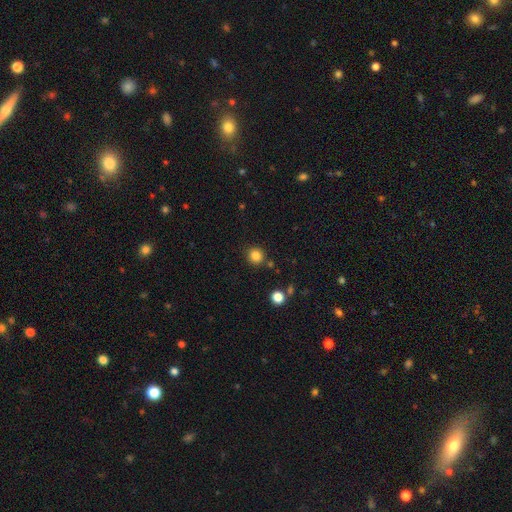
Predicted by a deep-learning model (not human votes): Q: Smooth or featured?
A: smooth (84%); runner-up: star or artifact (12%)
Q: How rounded?
A: round (93%); runner-up: in between (6%)
Q: Merging?
A: none (87%); runner-up: minor disturbance (7%)